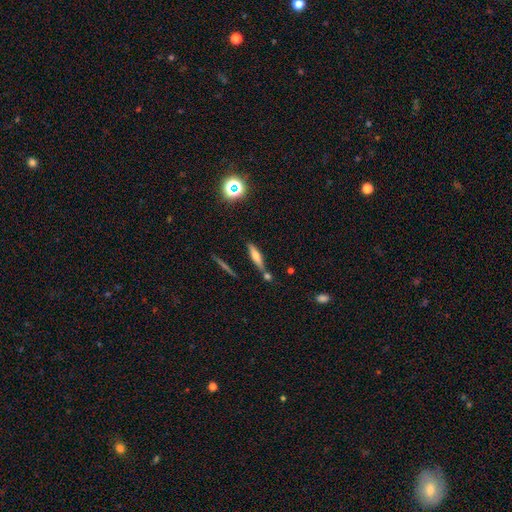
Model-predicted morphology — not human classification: smooth_or_featured: smooth (p=0.48) [alt: featured or disk p=0.40]
merging: none (p=0.68) [alt: merger p=0.14]